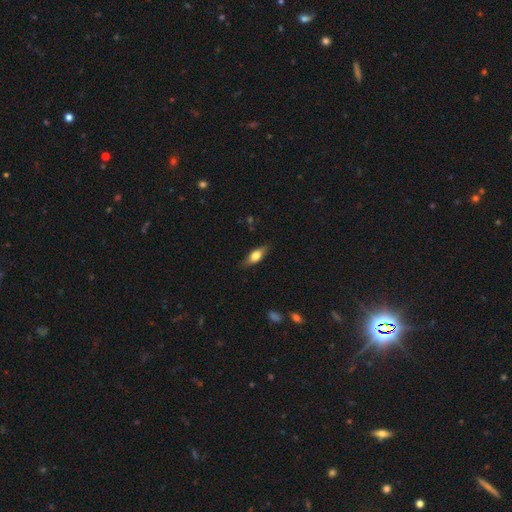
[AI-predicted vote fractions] Smooth or featured: smooth — 61% (featured or disk — 32%)
How rounded: in between — 69% (cigar-shaped — 27%)
Merging: none — 82% (minor disturbance — 14%)